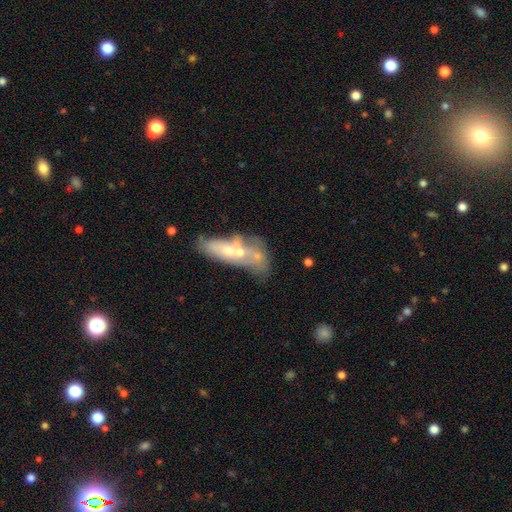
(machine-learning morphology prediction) A featured or disk galaxy (53%).

Vote fractions:
- Smooth or featured? featured or disk: 53% / smooth: 38% / star or artifact: 9%
- Edge-on disk? no: 82% / yes: 18%
- Merging? merger: 51% / none: 23% / minor disturbance: 13% / major disturbance: 12%